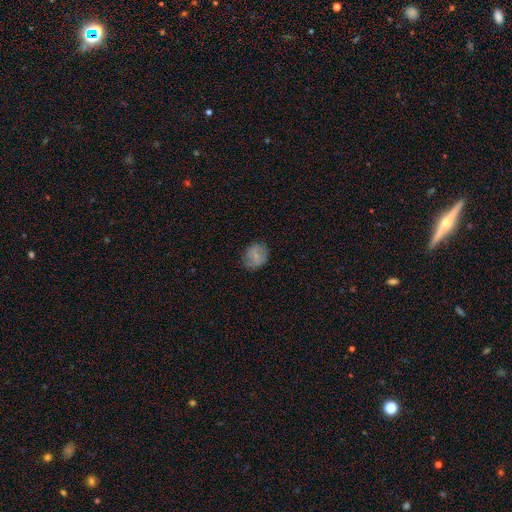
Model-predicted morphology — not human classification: Smooth or featured: smooth — 69% (featured or disk — 23%)
How rounded: round — 58% (in between — 41%)
Merging: none — 69% (minor disturbance — 23%)